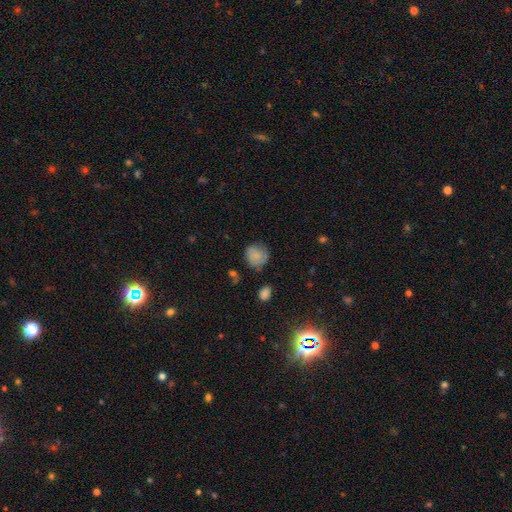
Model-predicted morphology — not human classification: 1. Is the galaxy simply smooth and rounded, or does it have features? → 69% smooth, 21% featured or disk, 9% star or artifact.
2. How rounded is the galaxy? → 80% round, 19% in between, 1% cigar-shaped.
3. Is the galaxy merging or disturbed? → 66% none, 24% minor disturbance, 8% major disturbance, 2% merger.